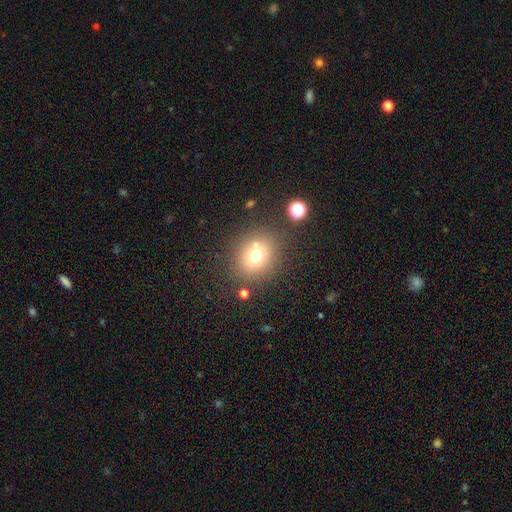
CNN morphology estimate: Overall: smooth (71%). How rounded: round (76%). Merging: none (74%).